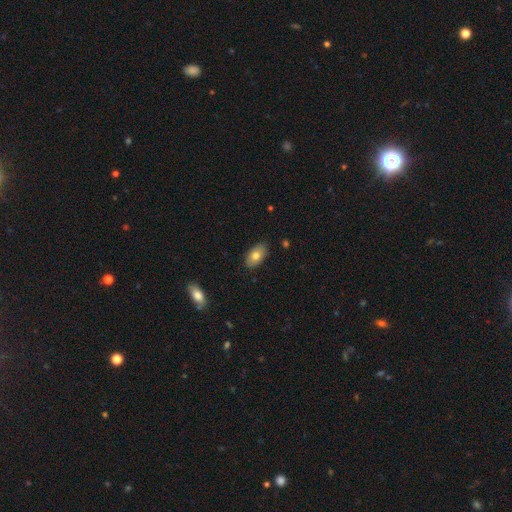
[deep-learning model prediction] Smooth or featured: smooth — 78% (featured or disk — 15%)
How rounded: in between — 93% (round — 5%)
Merging: none — 86% (minor disturbance — 11%)